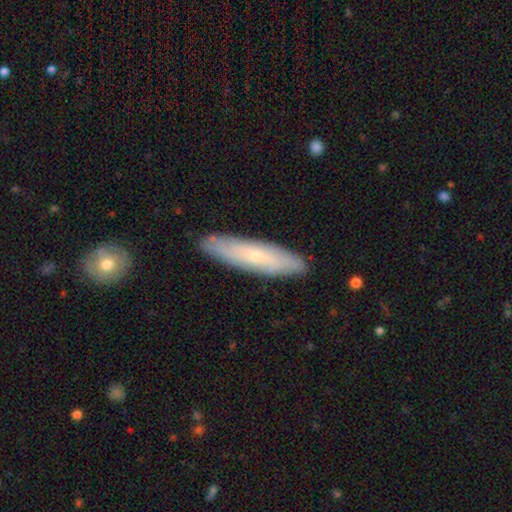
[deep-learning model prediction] A smooth galaxy with no disk features (54%) that is cigar-shaped (80%).

Vote fractions:
- Smooth or featured? smooth: 54% / featured or disk: 40% / star or artifact: 6%
- How rounded? cigar-shaped: 80% / in between: 19% / round: 2%
- Merging? none: 87% / minor disturbance: 10% / major disturbance: 2% / merger: 1%